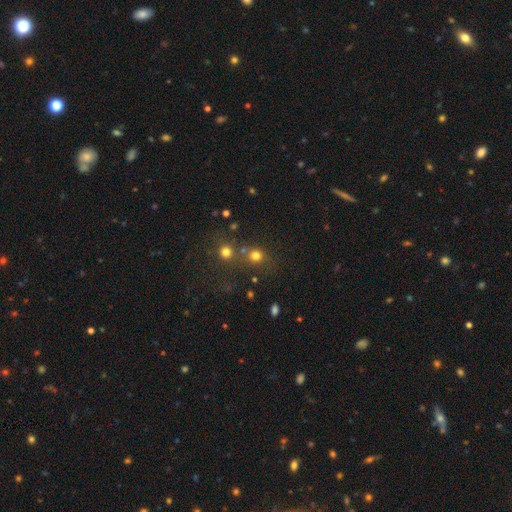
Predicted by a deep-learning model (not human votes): Smooth or featured?
  - smooth: 73% *
  - star or artifact: 19%
  - featured or disk: 8%
How rounded?
  - round: 84% *
  - in between: 14%
  - cigar-shaped: 1%
Merging?
  - none: 60% *
  - merger: 26%
  - minor disturbance: 9%
  - major disturbance: 5%